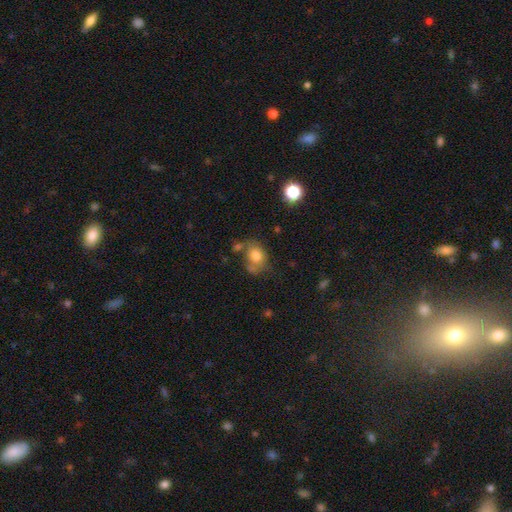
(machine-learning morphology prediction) A smooth galaxy with no disk features (76%) that is in between round and cigar-shaped (59%).

Vote fractions:
- Smooth or featured? smooth: 76% / featured or disk: 14% / star or artifact: 10%
- How rounded? in between: 59% / round: 40% / cigar-shaped: 1%
- Merging? none: 47% / minor disturbance: 26% / merger: 14% / major disturbance: 14%